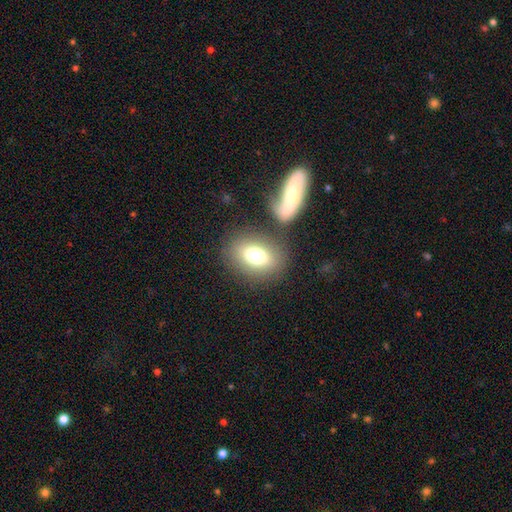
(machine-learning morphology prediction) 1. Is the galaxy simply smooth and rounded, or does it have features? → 74% smooth, 16% featured or disk, 10% star or artifact.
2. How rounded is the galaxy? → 72% in between, 25% round, 2% cigar-shaped.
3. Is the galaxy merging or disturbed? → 69% none, 14% merger, 11% minor disturbance, 5% major disturbance.